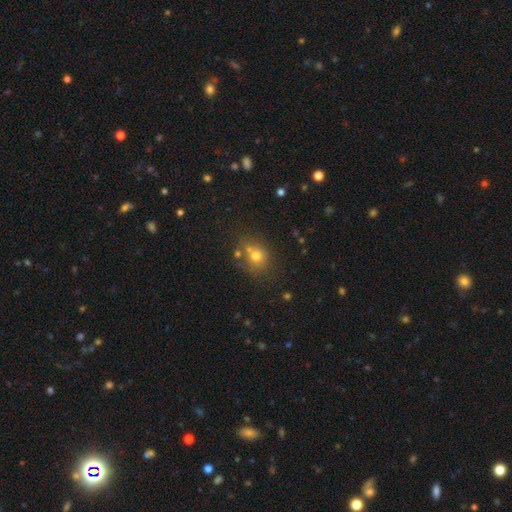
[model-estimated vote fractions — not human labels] Overall: smooth (69%). How rounded: round (77%). Merging: none (56%; merger 26%).